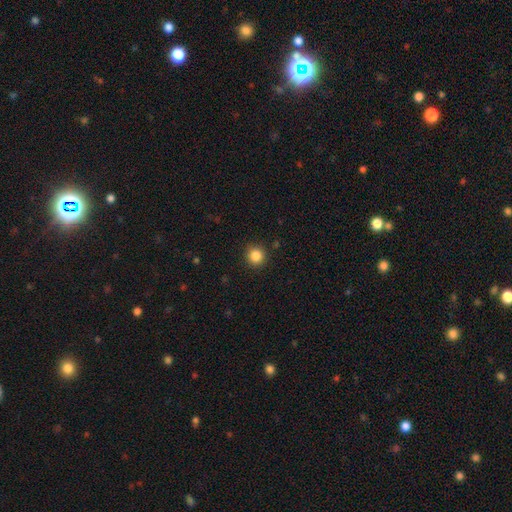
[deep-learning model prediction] This appears to be a smooth galaxy with no disk features (86%) that is round (93%). Merging: none (90%).